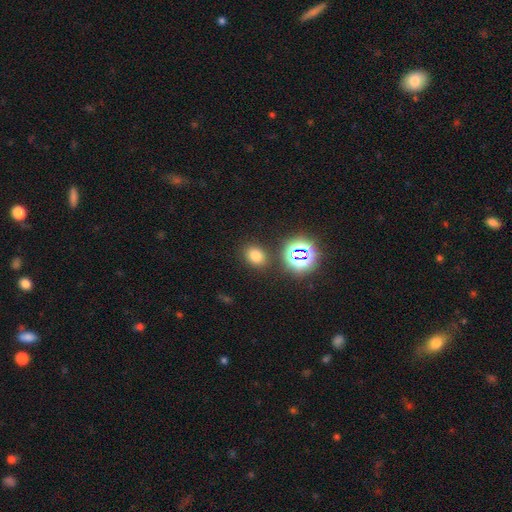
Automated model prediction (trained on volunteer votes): The model was most divided on "how rounded": in between: 51%, round: 48%, cigar-shaped: 1%. More confident: merging — none (83%); smooth or featured — smooth (71%).